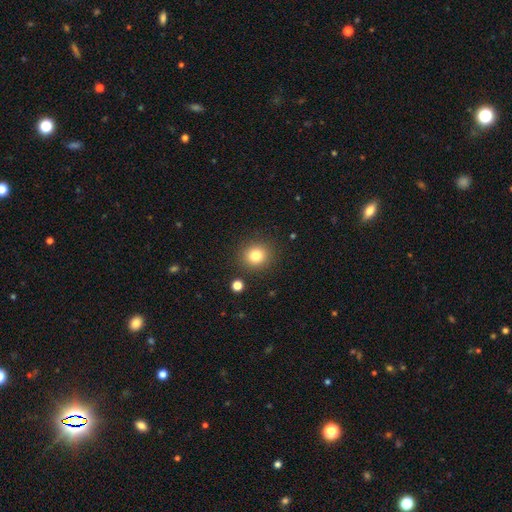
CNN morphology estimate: type=smooth (80%); roundness=round (89%); merging=none (88%).